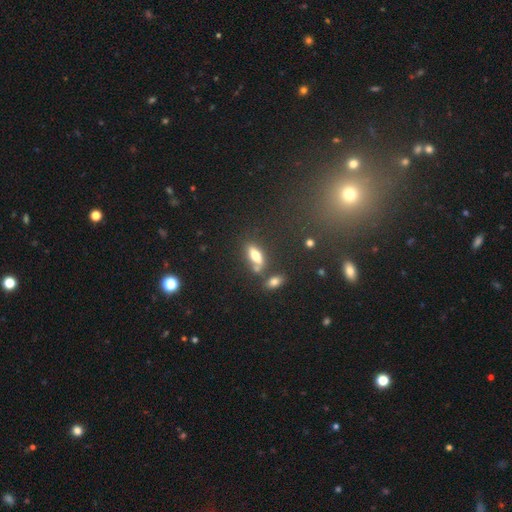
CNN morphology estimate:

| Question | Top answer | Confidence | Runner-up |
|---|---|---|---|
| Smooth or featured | smooth | 67% | featured or disk (23%) |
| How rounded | in between | 71% | cigar-shaped (24%) |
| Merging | none | 57% | merger (24%) |